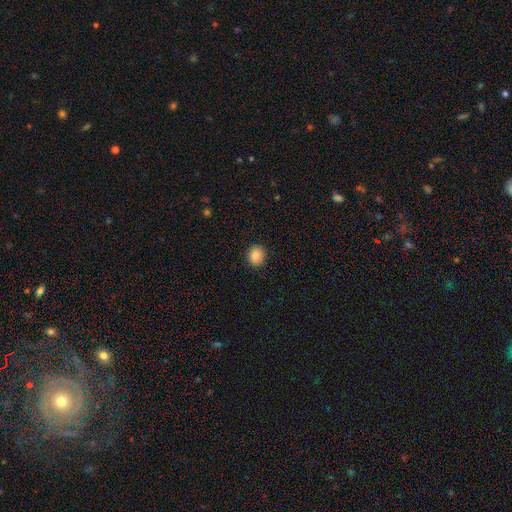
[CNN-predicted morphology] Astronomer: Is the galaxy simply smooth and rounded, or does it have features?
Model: smooth — 86%.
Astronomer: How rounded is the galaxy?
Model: round — 70%.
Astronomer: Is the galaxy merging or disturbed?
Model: none — 89%.